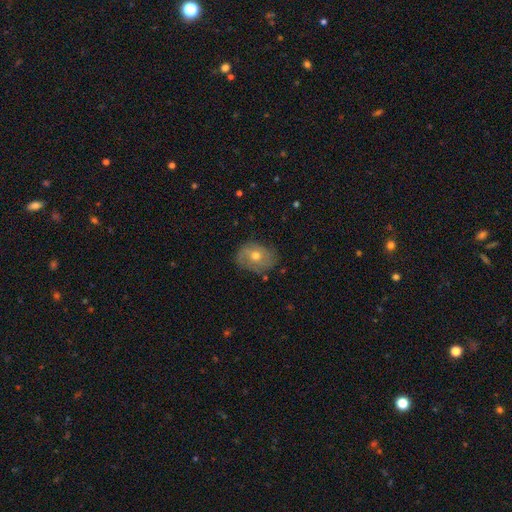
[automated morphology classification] Smooth or featured? smooth (46%)
Merging? none (75%)